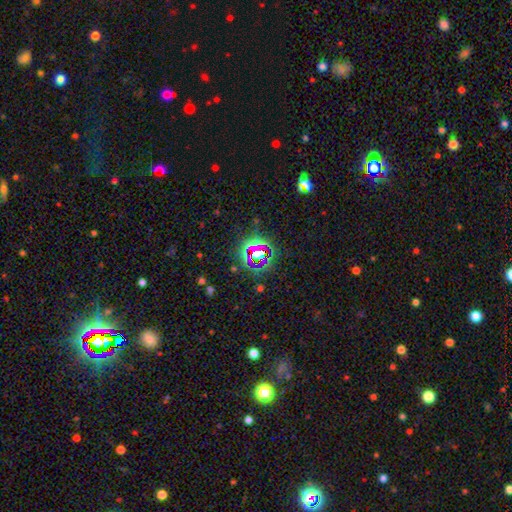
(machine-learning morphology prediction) This is likely a star or artifact rather than a galaxy (72%).